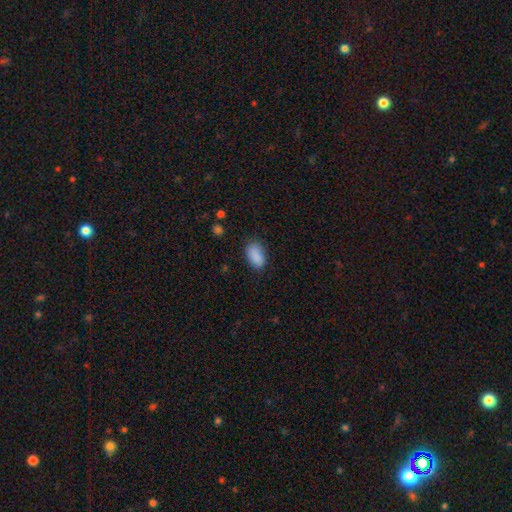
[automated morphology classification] smooth 88%, star or artifact 8%, featured or disk 3%. Down the decision tree: how rounded — in between (92%); merging — none (79%).